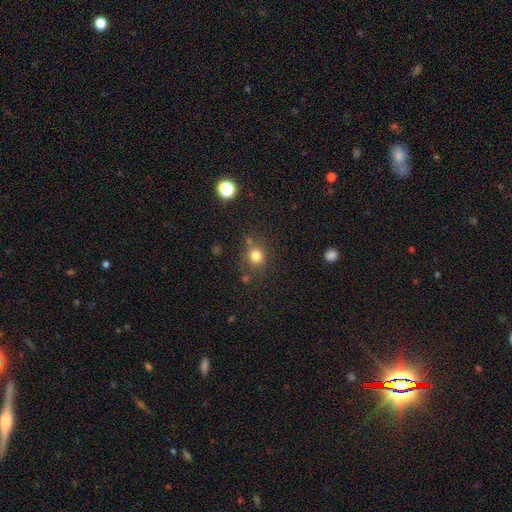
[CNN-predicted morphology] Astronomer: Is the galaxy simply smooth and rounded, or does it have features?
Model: smooth — 79%.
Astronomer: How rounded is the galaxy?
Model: round — 83%.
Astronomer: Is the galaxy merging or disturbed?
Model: none — 75%.